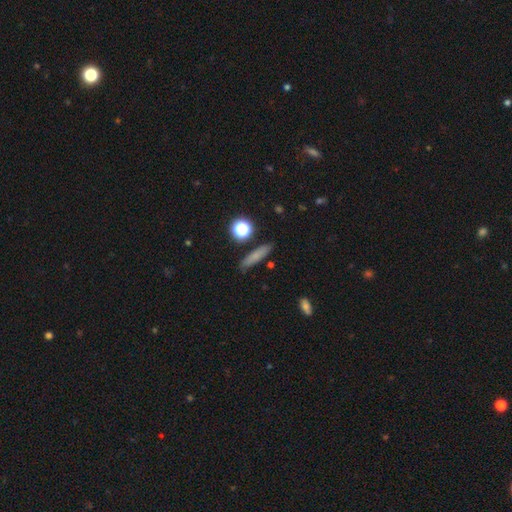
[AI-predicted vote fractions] smooth 71%, featured or disk 17%, star or artifact 12%. Down the decision tree: how rounded — cigar-shaped (80%); merging — none (85%).